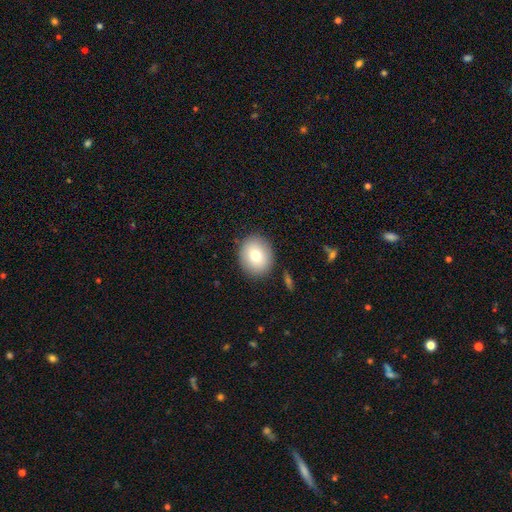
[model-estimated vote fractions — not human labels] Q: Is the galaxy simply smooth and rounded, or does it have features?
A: smooth — 76%.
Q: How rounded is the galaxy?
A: round — 69%.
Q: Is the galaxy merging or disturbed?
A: none — 87%.